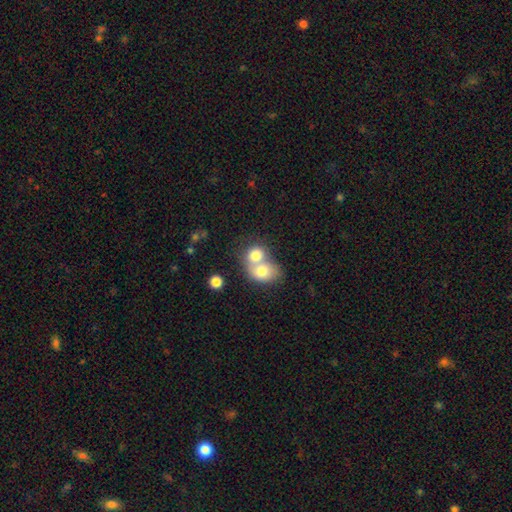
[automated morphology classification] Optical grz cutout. It shows a smooth galaxy with no disk features (74%) that is round (57%). Merging: merger (72%).